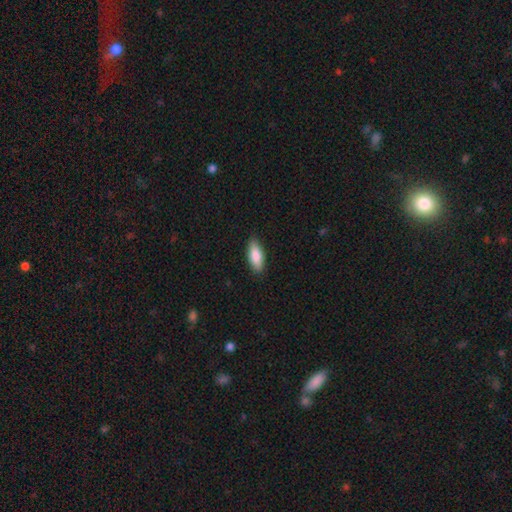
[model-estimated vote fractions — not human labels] Q: Smooth or featured?
A: smooth (86%); runner-up: featured or disk (8%)
Q: How rounded?
A: in between (77%); runner-up: cigar-shaped (21%)
Q: Merging?
A: none (86%); runner-up: minor disturbance (11%)